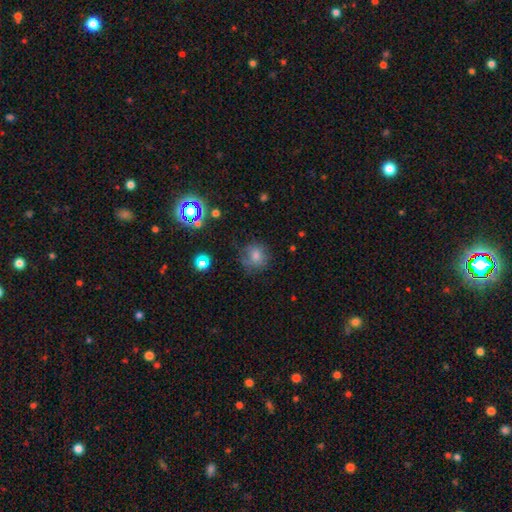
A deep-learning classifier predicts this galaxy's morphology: Smooth or featured? Predicted: smooth (p=0.62). How rounded? Predicted: round (p=0.87). Merging? Predicted: none (p=0.67).